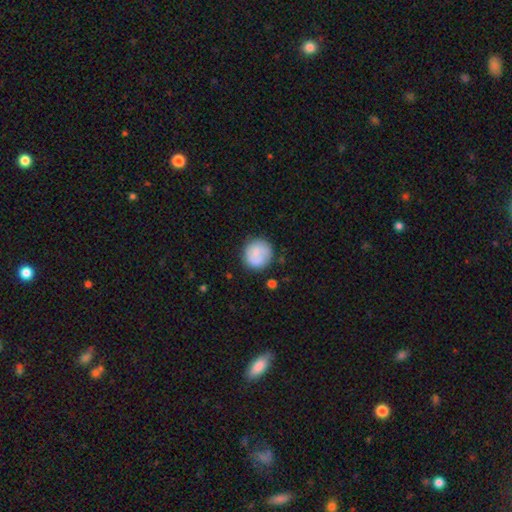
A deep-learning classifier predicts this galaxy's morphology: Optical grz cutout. It shows a smooth galaxy with no disk features (71%) that is round (92%). Merging: none (78%).